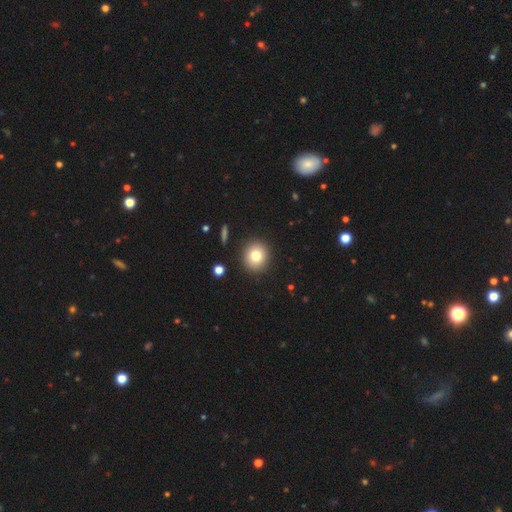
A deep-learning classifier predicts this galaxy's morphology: Smooth or featured?
  - smooth: 79% *
  - star or artifact: 11%
  - featured or disk: 10%
How rounded?
  - round: 87% *
  - in between: 12%
  - cigar-shaped: 1%
Merging?
  - none: 91% *
  - minor disturbance: 6%
  - major disturbance: 2%
  - merger: 1%